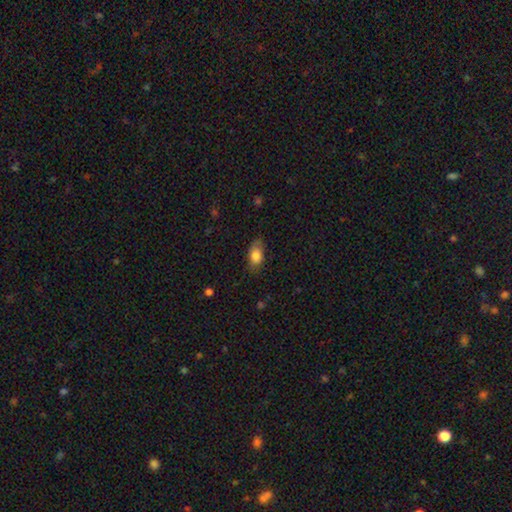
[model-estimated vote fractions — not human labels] This appears to be a smooth galaxy with no disk features (82%) that is in between round and cigar-shaped (88%). Merging: none (70%).